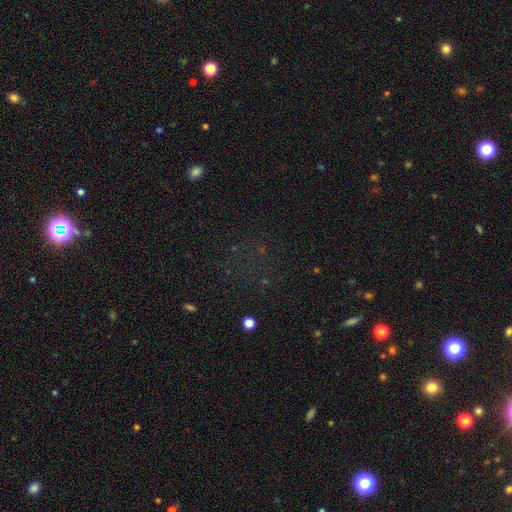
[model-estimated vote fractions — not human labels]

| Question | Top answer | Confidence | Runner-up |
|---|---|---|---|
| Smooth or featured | star or artifact | 58% | smooth (28%) |